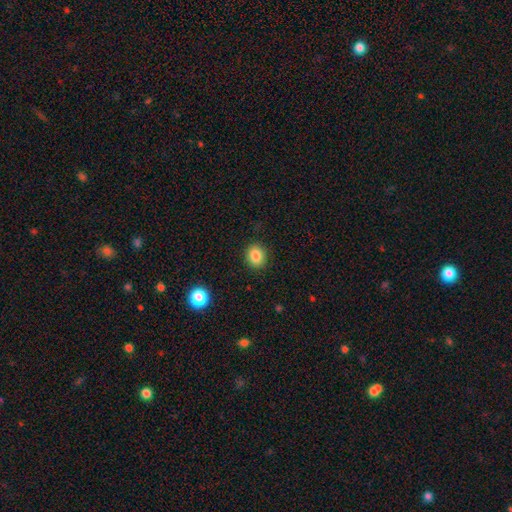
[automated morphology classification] This is clearly a smooth galaxy (85%). How rounded: likely round (69%). Merging: clearly none (90%).